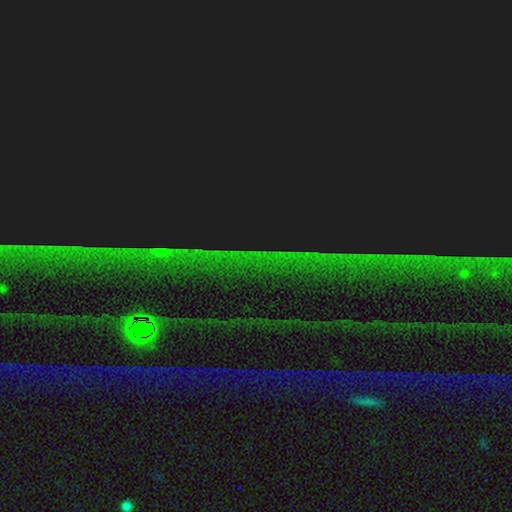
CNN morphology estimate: smooth_or_featured: star or artifact (p=0.89) [alt: featured or disk p=0.06]